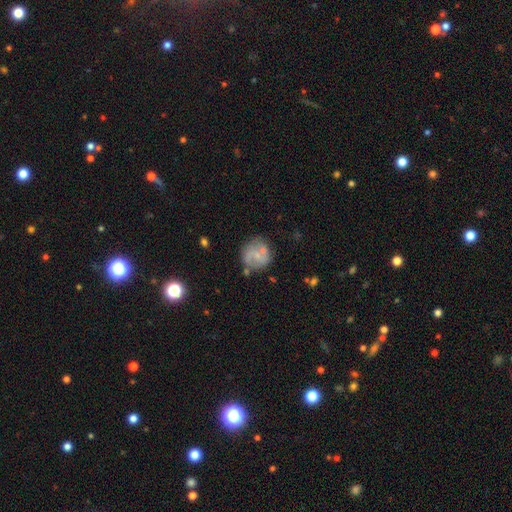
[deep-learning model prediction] A featured or disk galaxy (46%). Merging: none (58%).